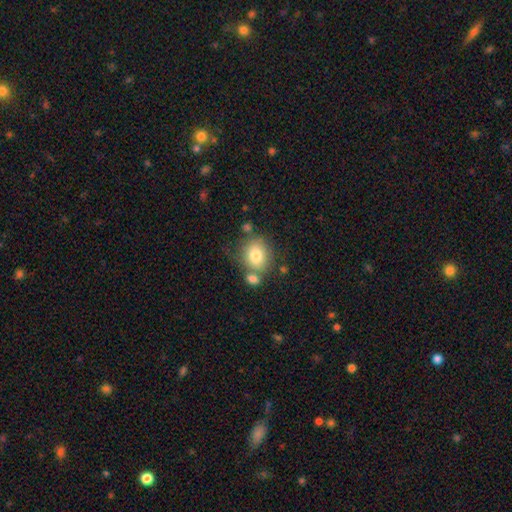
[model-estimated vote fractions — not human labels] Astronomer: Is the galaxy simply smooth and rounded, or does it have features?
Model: smooth — 78%.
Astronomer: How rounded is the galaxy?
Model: round — 72%.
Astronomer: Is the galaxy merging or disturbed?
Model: none — 57%.